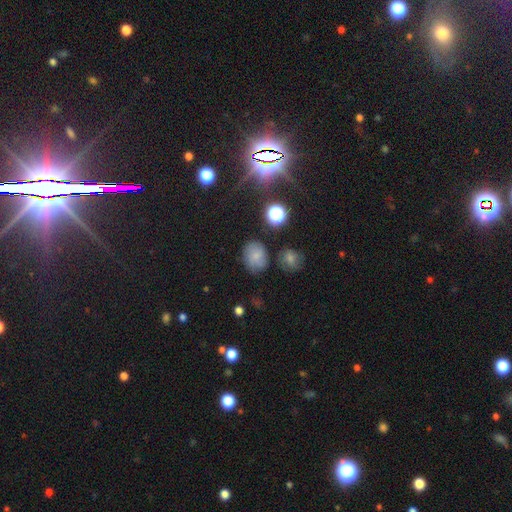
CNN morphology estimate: This appears to be a smooth galaxy with no disk features (70%) that is in between round and cigar-shaped (51%). Merging: none (70%).